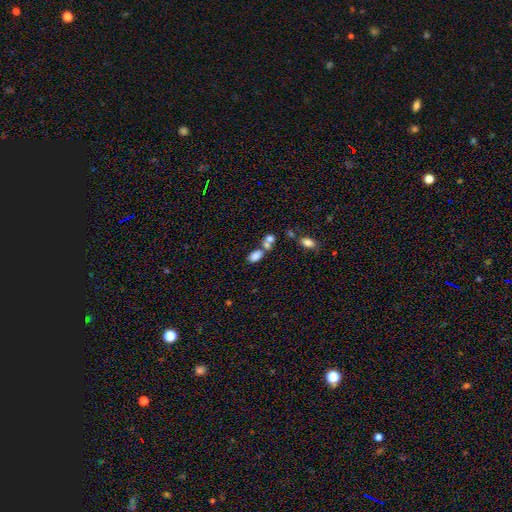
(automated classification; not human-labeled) Smooth or featured?
  - smooth: 79% *
  - star or artifact: 11%
  - featured or disk: 10%
How rounded?
  - in between: 88% *
  - round: 8%
  - cigar-shaped: 4%
Merging?
  - merger: 42% *
  - none: 39%
  - minor disturbance: 12%
  - major disturbance: 6%